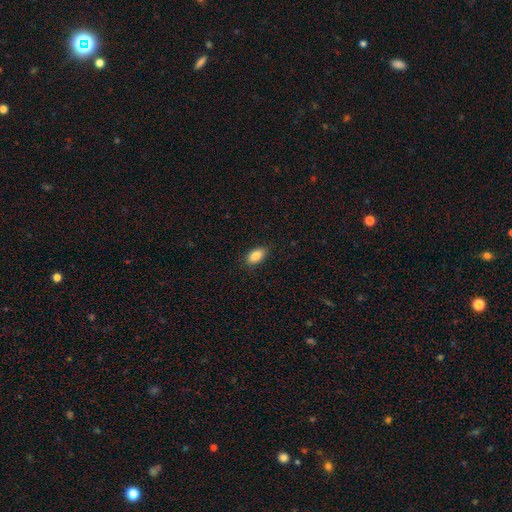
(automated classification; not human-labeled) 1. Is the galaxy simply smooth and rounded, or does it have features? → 87% smooth, 8% star or artifact, 6% featured or disk.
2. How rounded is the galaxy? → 91% in between, 6% round, 4% cigar-shaped.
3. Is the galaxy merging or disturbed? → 86% none, 10% minor disturbance, 2% major disturbance, 1% merger.